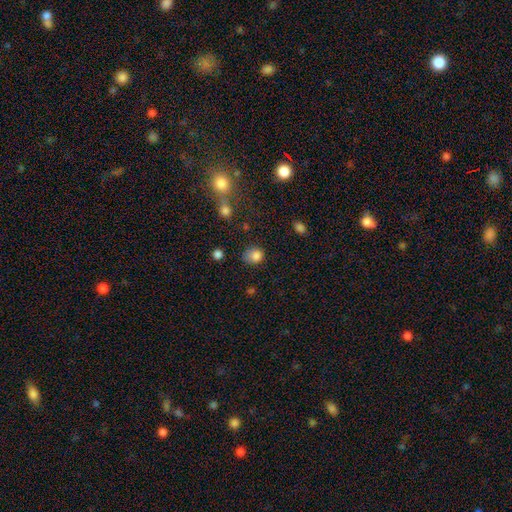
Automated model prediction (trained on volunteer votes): A smooth galaxy with no disk features (82%) that is round (62%).

Vote fractions:
- Smooth or featured? smooth: 82% / star or artifact: 11% / featured or disk: 7%
- How rounded? round: 62% / in between: 37% / cigar-shaped: 1%
- Merging? none: 56% / minor disturbance: 29% / major disturbance: 11% / merger: 5%